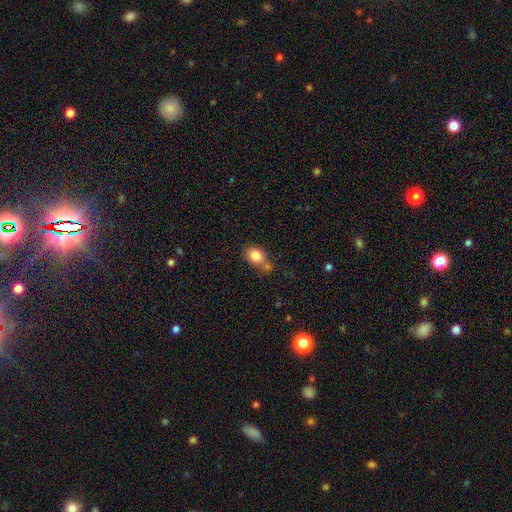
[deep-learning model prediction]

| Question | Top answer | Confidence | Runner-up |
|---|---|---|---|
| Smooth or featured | smooth | 83% | star or artifact (9%) |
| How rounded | in between | 50% | round (49%) |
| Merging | none | 50% | merger (26%) |